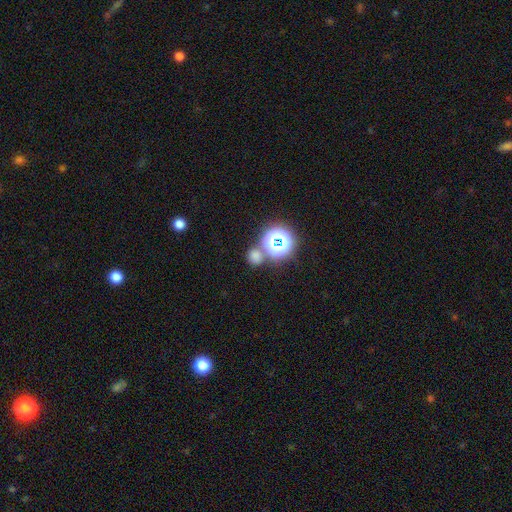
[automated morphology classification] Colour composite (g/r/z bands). It shows a smooth galaxy with no disk features (61%) that is round (82%). Merging: none (69%).